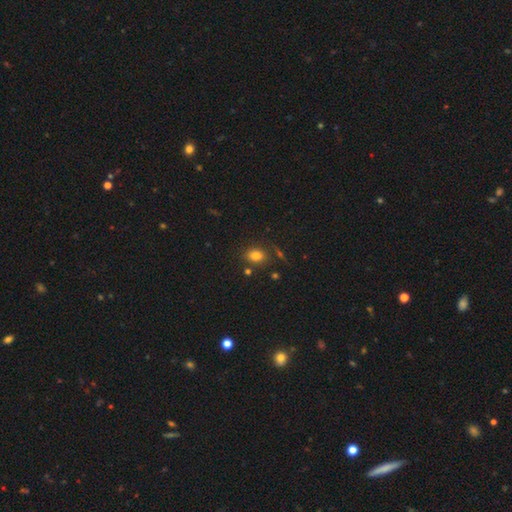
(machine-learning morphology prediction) type=smooth (79%); roundness=in between (59%); merging=none (77%).